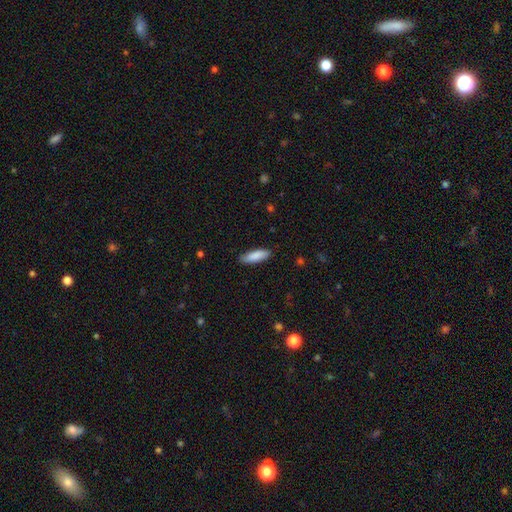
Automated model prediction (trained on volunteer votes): A smooth galaxy with no disk features (87%) that is in between round and cigar-shaped (53%). Merging: none (87%).